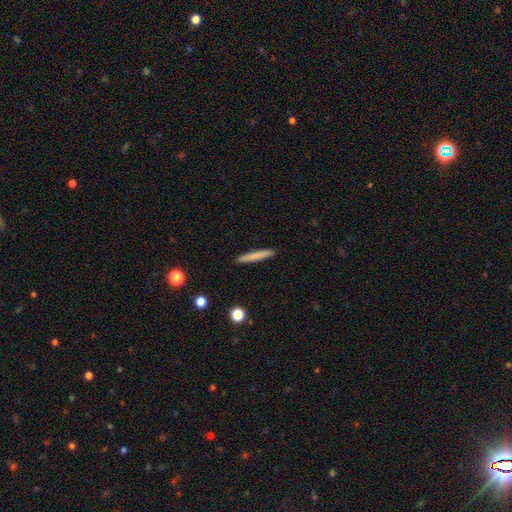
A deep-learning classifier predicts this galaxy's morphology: Overall: smooth (76%). How rounded: cigar-shaped (96%). Merging: none (92%).